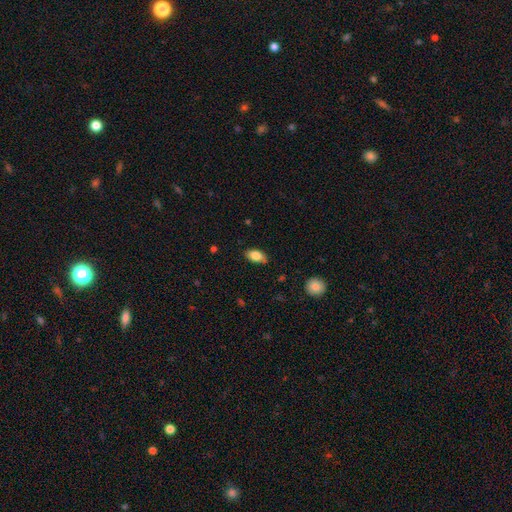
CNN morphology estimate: Smooth or featured? smooth (82%)
How rounded? in between (91%)
Merging? none (83%)